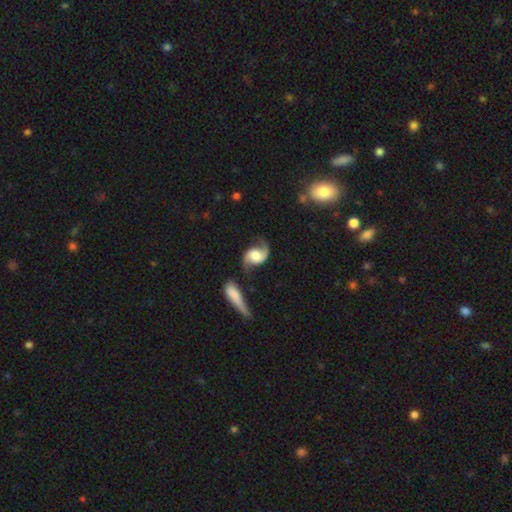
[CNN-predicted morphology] Smooth or featured? Predicted: featured or disk (p=0.85). Edge-on disk? Predicted: no (p=0.97). Bar? Predicted: no (p=0.60). Spiral arms? Predicted: yes (p=0.97). Spiral winding? Predicted: loose (p=0.54). Spiral arm count? Predicted: 2 (p=0.93). Bulge size? Predicted: moderate (p=0.40). Merging? Predicted: none (p=0.64).